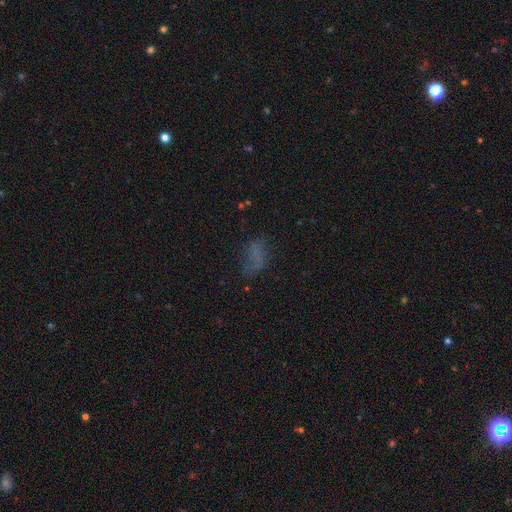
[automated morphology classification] smooth 55%, featured or disk 24%, star or artifact 22%. Down the decision tree: how rounded — in between (86%); merging — none (54%).